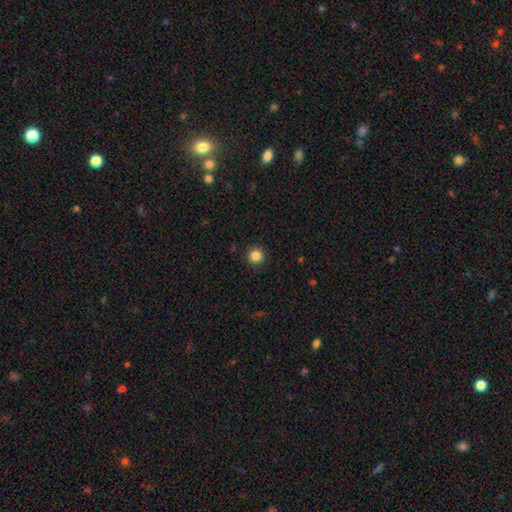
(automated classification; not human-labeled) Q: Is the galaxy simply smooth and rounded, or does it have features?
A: smooth — 85%.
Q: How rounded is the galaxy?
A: round — 95%.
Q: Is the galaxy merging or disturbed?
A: none — 93%.